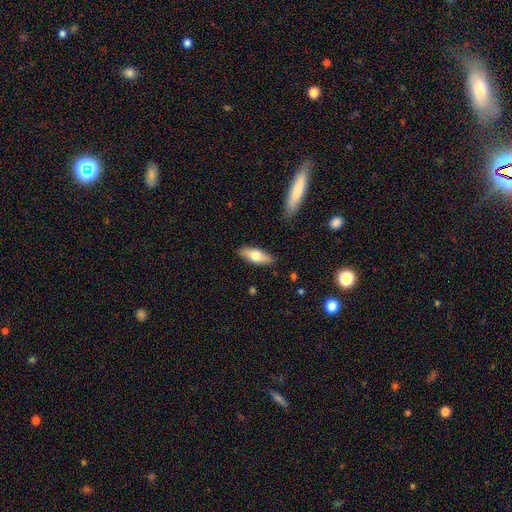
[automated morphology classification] Smooth or featured: smooth — 67% (featured or disk — 27%)
How rounded: in between — 71% (cigar-shaped — 26%)
Merging: none — 87% (minor disturbance — 10%)